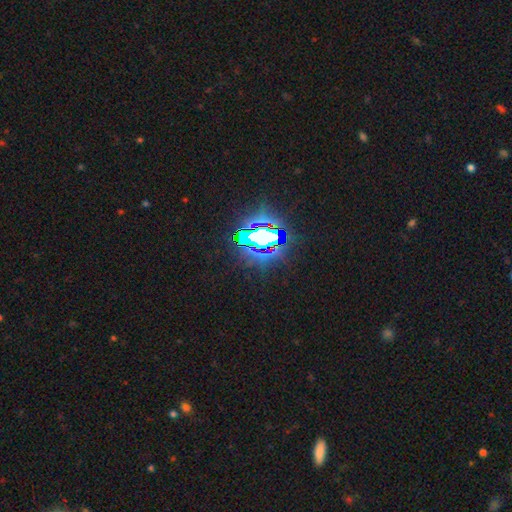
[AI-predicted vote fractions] A star or artifact, not a galaxy (85%).

Vote fractions:
- Smooth or featured? star or artifact: 85% / smooth: 9% / featured or disk: 6%